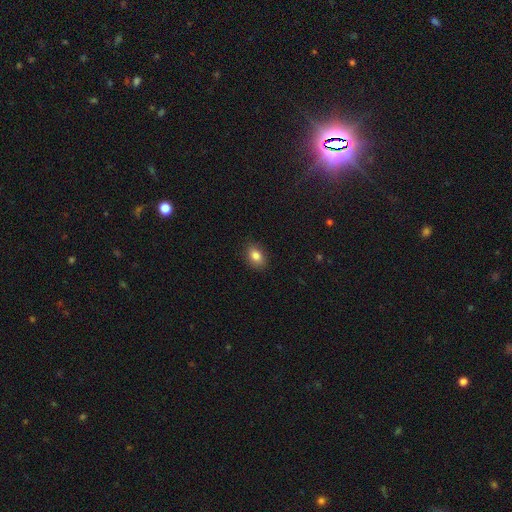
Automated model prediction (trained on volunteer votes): This is clearly a smooth galaxy (84%). How rounded: likely in between (77%). Merging: clearly none (87%).